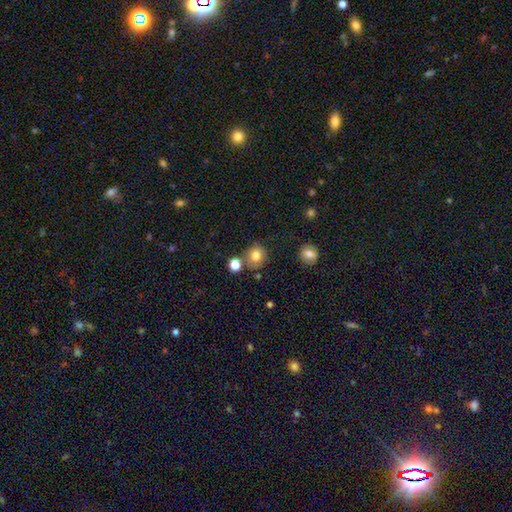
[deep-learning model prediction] This is likely a smooth galaxy (79%). How rounded: clearly round (83%). Merging: likely none (72%).